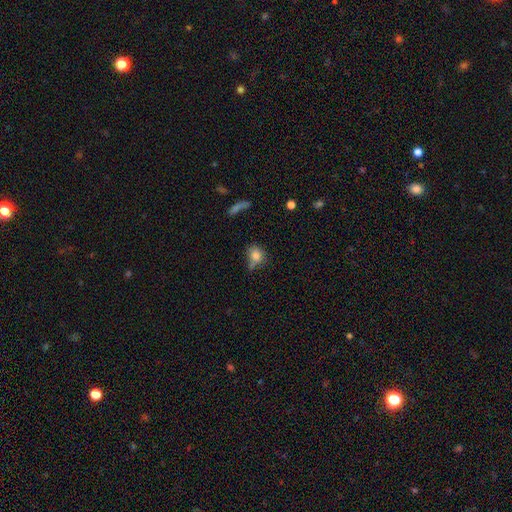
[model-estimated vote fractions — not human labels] Morphology: type=smooth (79%); roundness=round (62%); merging=none (51%).